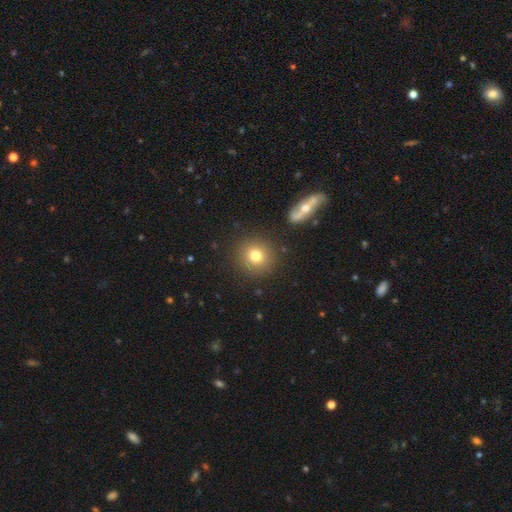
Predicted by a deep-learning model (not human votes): A smooth galaxy with no disk features (77%) that is round (91%). Merging: none (87%).